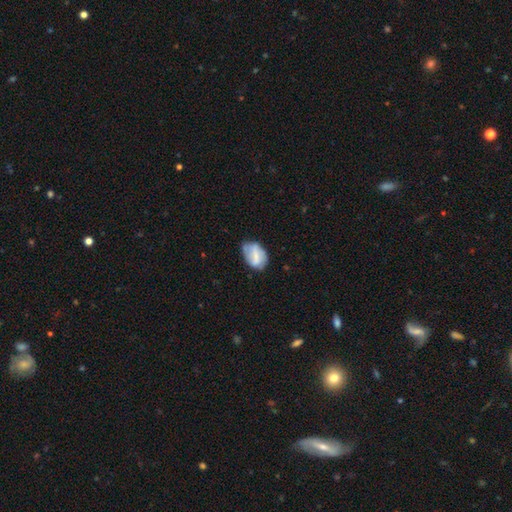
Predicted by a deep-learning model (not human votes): This appears to be a smooth galaxy with no disk features (50%) that is in between round and cigar-shaped (83%). Merging: none (55%).